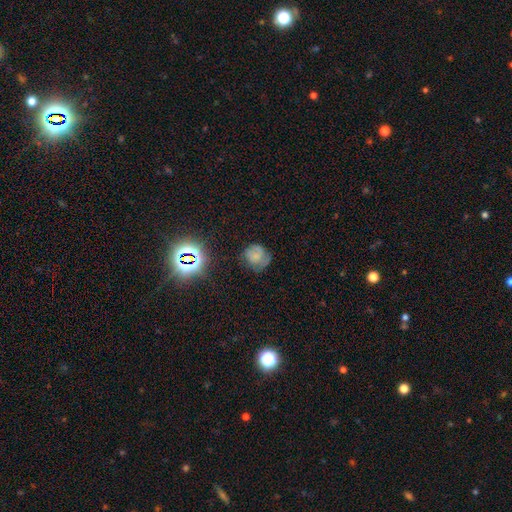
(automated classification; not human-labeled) smooth 51%, featured or disk 31%, star or artifact 18%. Down the decision tree: how rounded — round (77%); merging — none (57%).